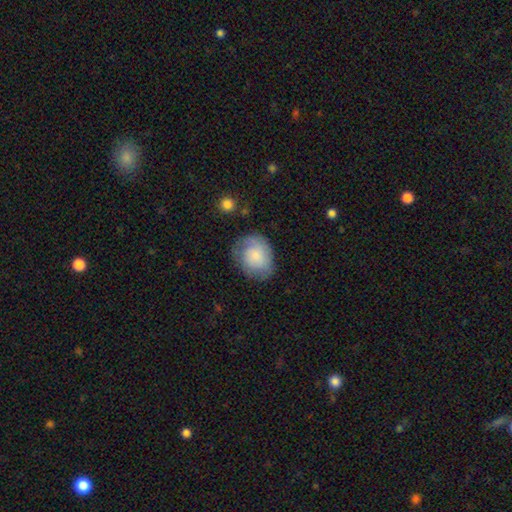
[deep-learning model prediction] A smooth galaxy with no disk features (65%) that is round (57%).

Vote fractions:
- Smooth or featured? smooth: 65% / featured or disk: 28% / star or artifact: 7%
- How rounded? round: 57% / in between: 42% / cigar-shaped: 1%
- Merging? none: 64% / minor disturbance: 24% / major disturbance: 10% / merger: 2%